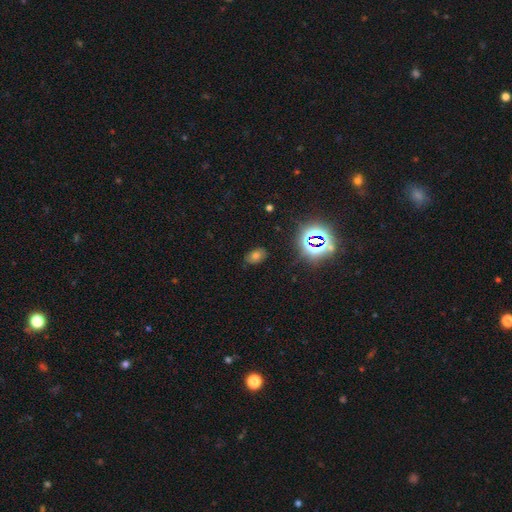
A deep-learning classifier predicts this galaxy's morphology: Smooth or featured? smooth (51%)
How rounded? in between (81%)
Merging? none (81%)